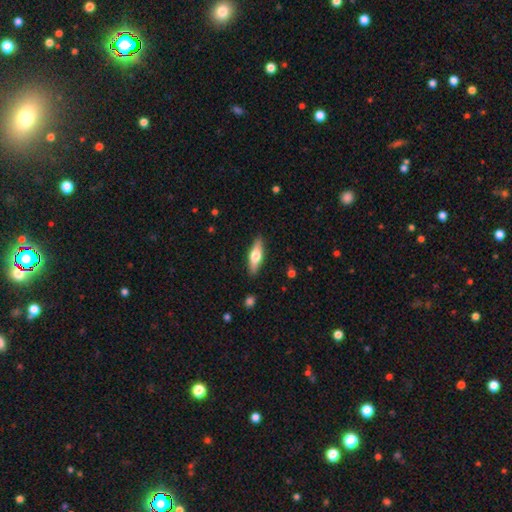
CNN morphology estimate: Overall: smooth (49%; featured or disk 46%). Merging: none (89%).